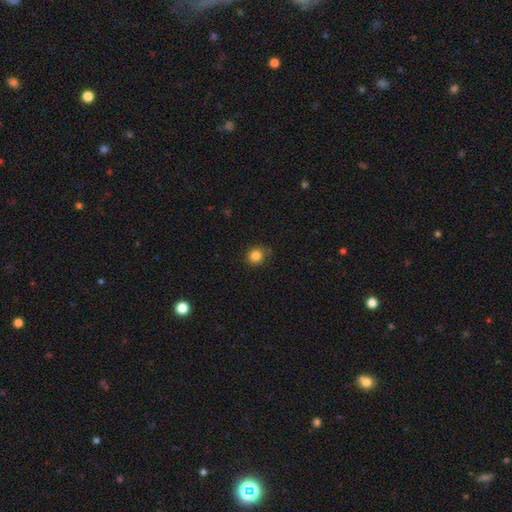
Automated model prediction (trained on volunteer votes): Smooth or featured? smooth (84%)
How rounded? round (87%)
Merging? none (84%)